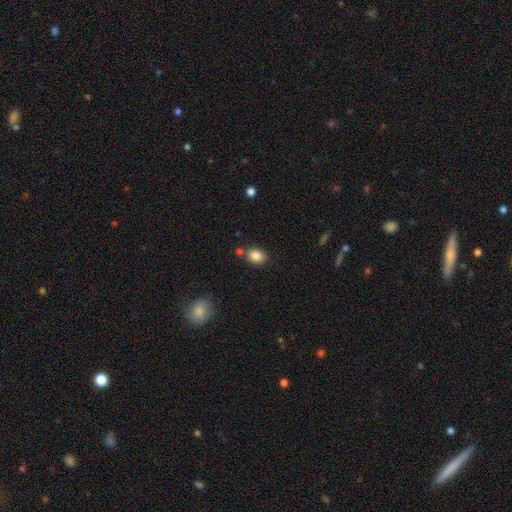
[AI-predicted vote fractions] smooth_or_featured: smooth (p=0.85) [alt: star or artifact p=0.09]
how_rounded: in between (p=0.57) [alt: round p=0.41]
merging: none (p=0.73) [alt: minor disturbance p=0.13]